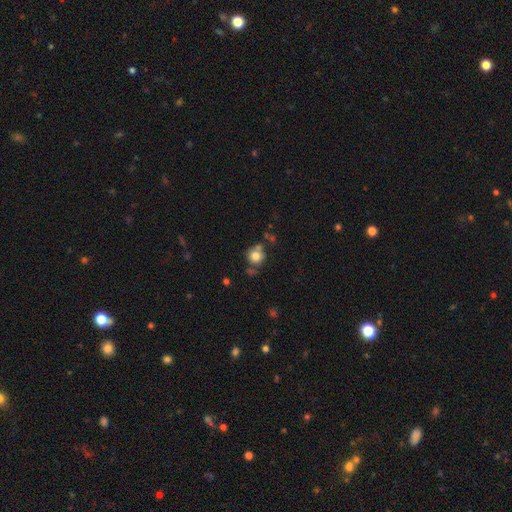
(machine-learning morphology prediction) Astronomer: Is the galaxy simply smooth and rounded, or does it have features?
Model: smooth — 78%.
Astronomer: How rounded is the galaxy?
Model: round — 87%.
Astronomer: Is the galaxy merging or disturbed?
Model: none — 62%.